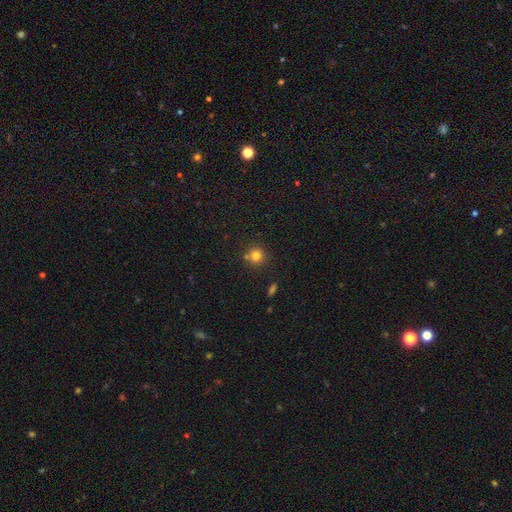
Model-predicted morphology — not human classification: Smooth or featured? Predicted: smooth (p=0.80). How rounded? Predicted: round (p=0.92). Merging? Predicted: none (p=0.76).